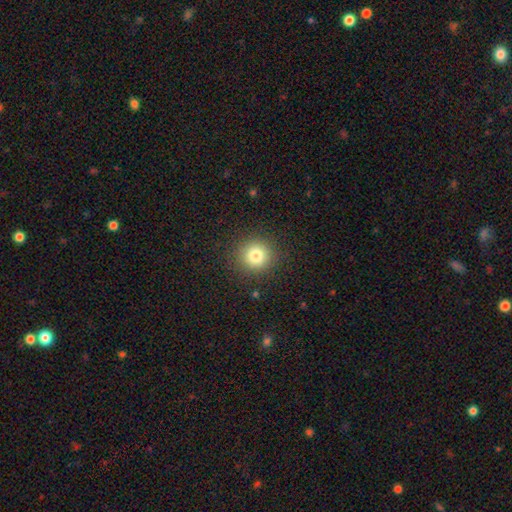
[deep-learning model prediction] Overall: smooth (80%). How rounded: round (94%). Merging: none (90%).